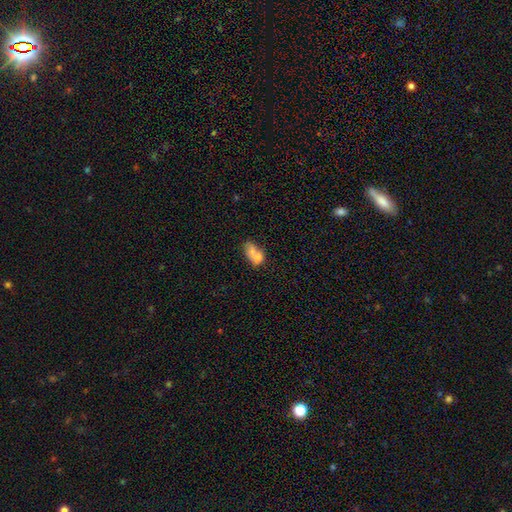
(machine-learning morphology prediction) The model was most divided on "how rounded": in between: 68%, round: 30%, cigar-shaped: 2%. More confident: smooth or featured — smooth (67%); merging — merger (64%).